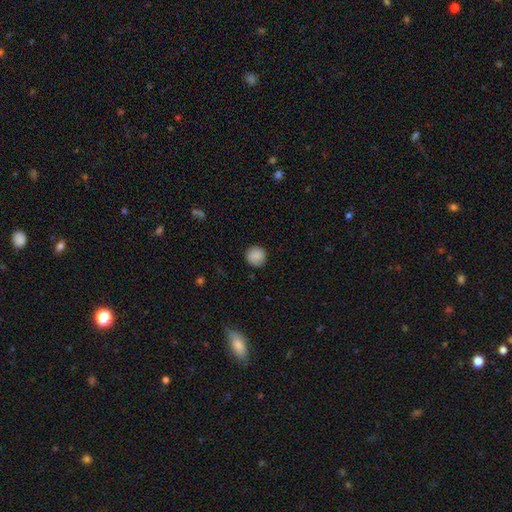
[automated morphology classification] Smooth or featured?
  - smooth: 89% *
  - star or artifact: 8%
  - featured or disk: 3%
How rounded?
  - round: 93% *
  - in between: 6%
  - cigar-shaped: 1%
Merging?
  - none: 89% *
  - minor disturbance: 7%
  - major disturbance: 2%
  - merger: 1%